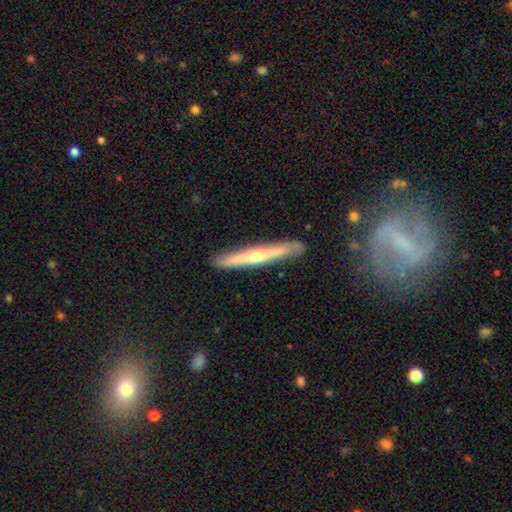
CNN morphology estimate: This appears to be a featured or disk galaxy (62%) viewed edge-on (95%) with a rounded central bulge (75%). Merging: none (88%).